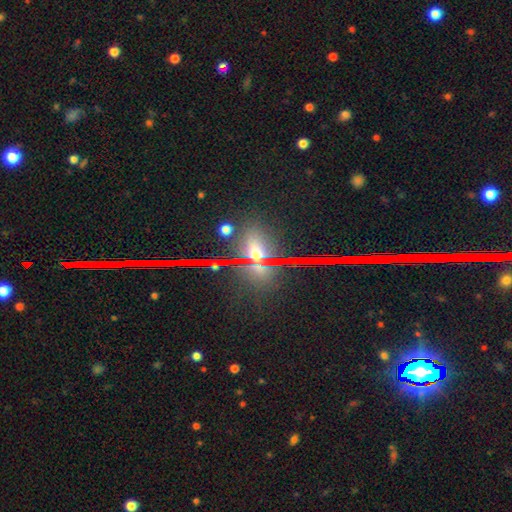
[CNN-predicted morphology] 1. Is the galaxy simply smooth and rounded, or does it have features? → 50% star or artifact, 34% featured or disk, 16% smooth.